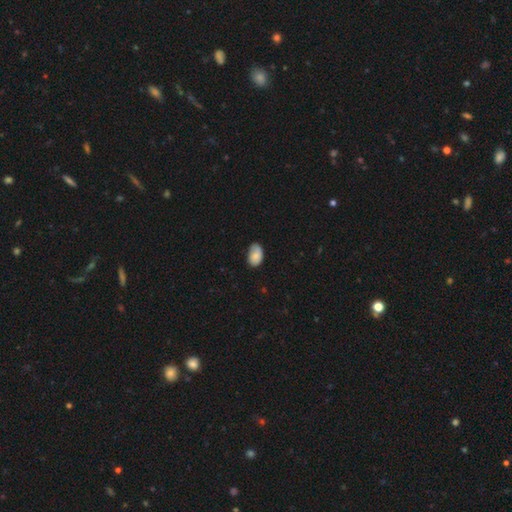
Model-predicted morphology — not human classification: Smooth or featured? smooth (81%)
How rounded? in between (91%)
Merging? none (65%)